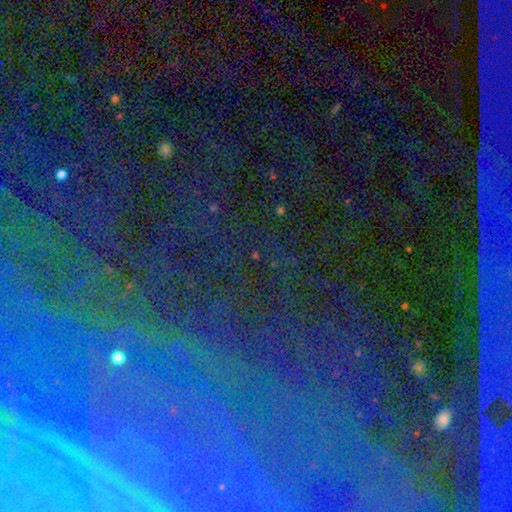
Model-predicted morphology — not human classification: Smooth or featured? Predicted: star or artifact (p=0.78).